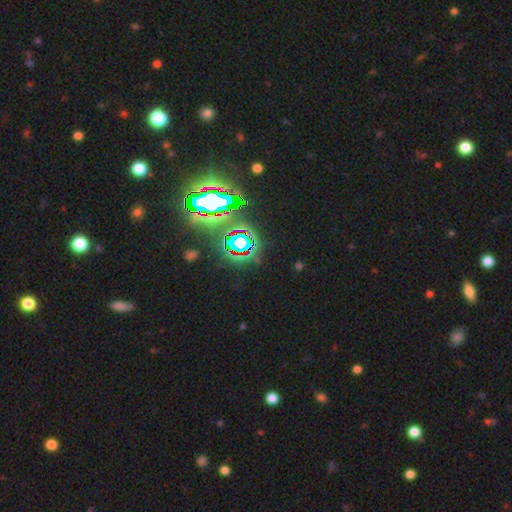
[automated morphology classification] Overall: star or artifact (83%).